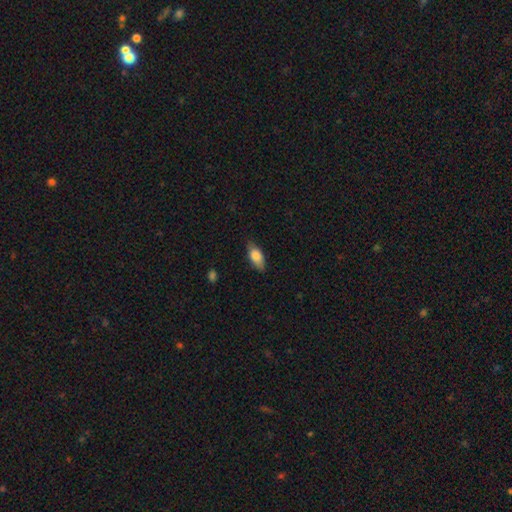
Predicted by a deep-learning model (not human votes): Smooth or featured? Predicted: smooth (p=0.79). How rounded? Predicted: in between (p=0.86). Merging? Predicted: none (p=0.78).